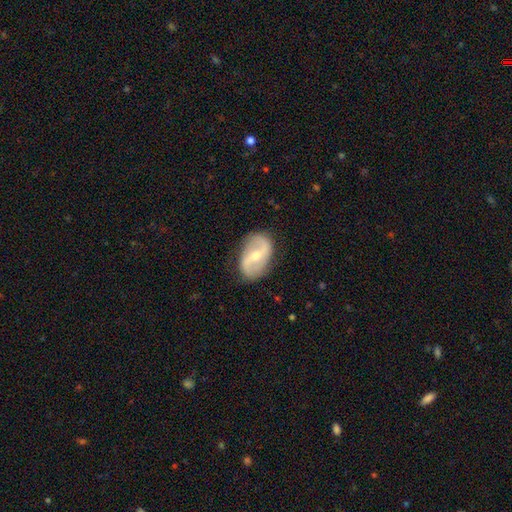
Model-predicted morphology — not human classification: Smooth or featured?
  - featured or disk: 80% *
  - smooth: 15%
  - star or artifact: 5%
Edge-on disk?
  - no: 96% *
  - yes: 4%
Bar?
  - weak: 43% *
  - strong: 36%
  - no: 20%
Spiral arms?
  - yes: 87% *
  - no: 13%
Spiral winding?
  - loose: 54% *
  - medium: 33%
  - tight: 13%
Spiral arm count?
  - 2: 90% *
  - can't tell: 5%
  - 1: 2%
  - 3: 1%
  - 4: 1%
  - more than 4: 1%
Bulge size?
  - moderate: 54% *
  - small: 42%
  - large: 2%
  - none: 1%
  - dominant: 1%
Merging?
  - none: 83% *
  - minor disturbance: 13%
  - major disturbance: 4%
  - merger: 1%